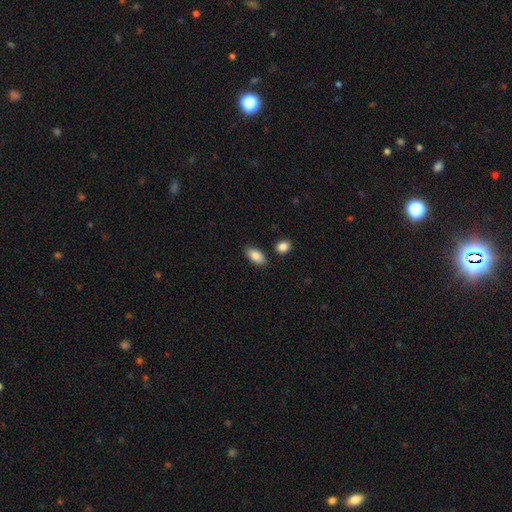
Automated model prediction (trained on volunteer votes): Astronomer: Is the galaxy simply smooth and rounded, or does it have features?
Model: smooth — 87%.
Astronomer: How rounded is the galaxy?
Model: in between — 92%.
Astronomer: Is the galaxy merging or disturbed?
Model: none — 84%.